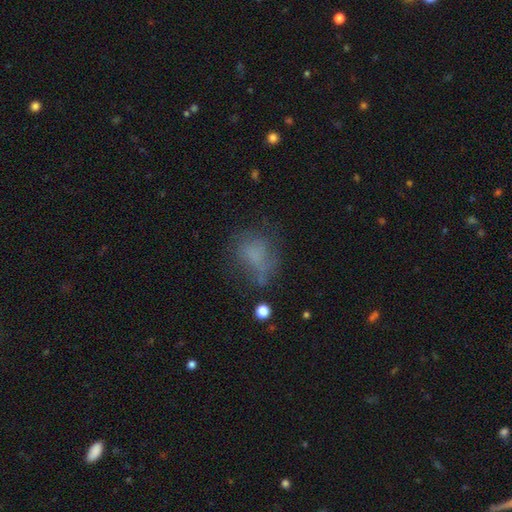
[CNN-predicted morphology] A smooth galaxy with no disk features (59%) that is in between round and cigar-shaped (55%). Merging: none (45%).